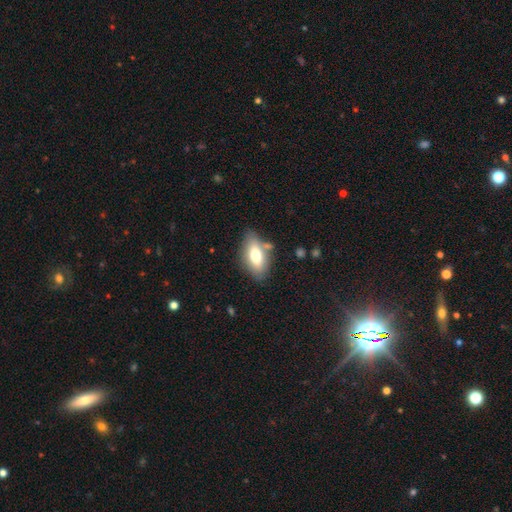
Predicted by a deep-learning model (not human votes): A smooth galaxy with no disk features (71%) that is in between round and cigar-shaped (86%).

Vote fractions:
- Smooth or featured? smooth: 71% / featured or disk: 21% / star or artifact: 7%
- How rounded? in between: 86% / cigar-shaped: 10% / round: 4%
- Merging? none: 71% / minor disturbance: 16% / merger: 8% / major disturbance: 5%